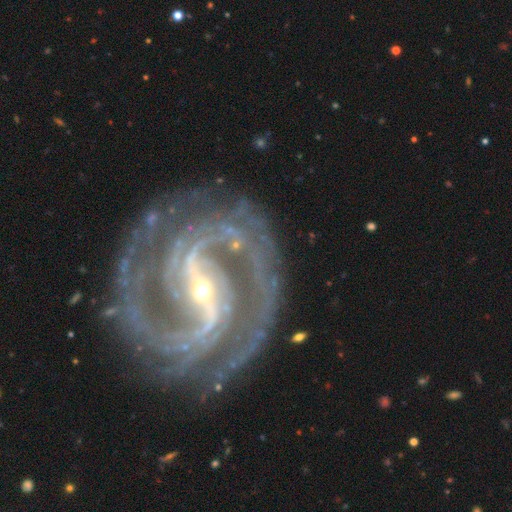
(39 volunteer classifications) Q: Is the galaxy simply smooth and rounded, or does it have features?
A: featured or disk — 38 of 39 (97%).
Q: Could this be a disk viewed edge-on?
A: no — 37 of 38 (97%).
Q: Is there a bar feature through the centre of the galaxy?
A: strong — 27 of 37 (73%).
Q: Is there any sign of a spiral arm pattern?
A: yes — 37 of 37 (100%).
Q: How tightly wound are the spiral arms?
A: tight — 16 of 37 (43%).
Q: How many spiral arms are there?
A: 2 — 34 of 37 (92%).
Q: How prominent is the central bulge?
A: small — 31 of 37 (84%).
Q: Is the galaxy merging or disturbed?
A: none — 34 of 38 (89%).